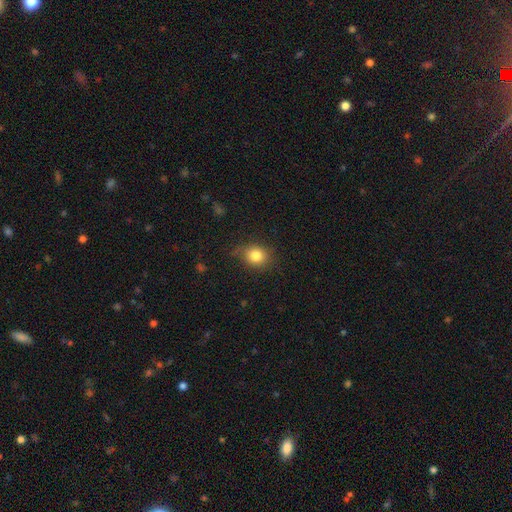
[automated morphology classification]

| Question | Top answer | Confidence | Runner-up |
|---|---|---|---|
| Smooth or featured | smooth | 82% | star or artifact (11%) |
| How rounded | round | 71% | in between (28%) |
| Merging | none | 75% | minor disturbance (19%) |